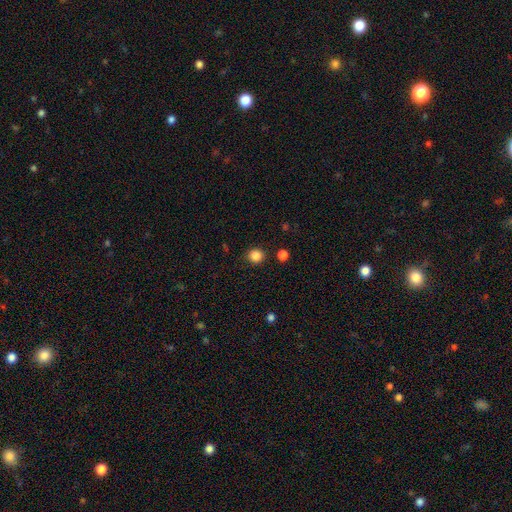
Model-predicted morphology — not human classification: A smooth galaxy with no disk features (85%) that is round (88%). Merging: none (88%).